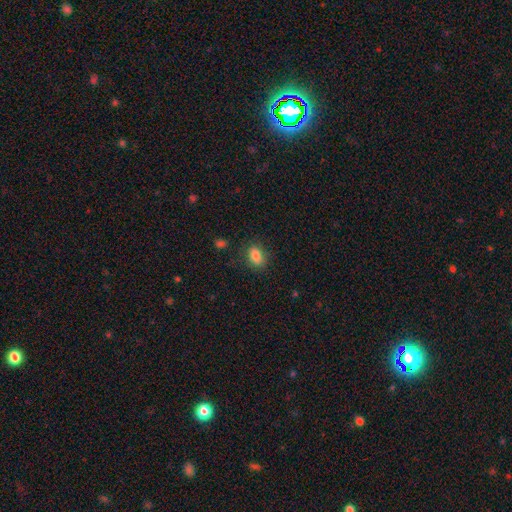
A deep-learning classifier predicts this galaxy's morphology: Smooth or featured? Predicted: smooth (p=0.83). How rounded? Predicted: in between (p=0.83). Merging? Predicted: none (p=0.80).